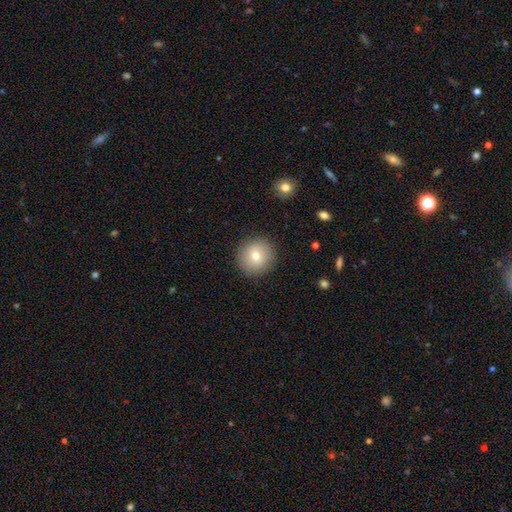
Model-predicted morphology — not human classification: smooth-or-featured: smooth: 77% | featured or disk: 13% | star or artifact: 9%
  how-rounded: round: 92% | in between: 7% | cigar-shaped: 1%
  merging: none: 90% | minor disturbance: 7% | major disturbance: 2% | merger: 1%